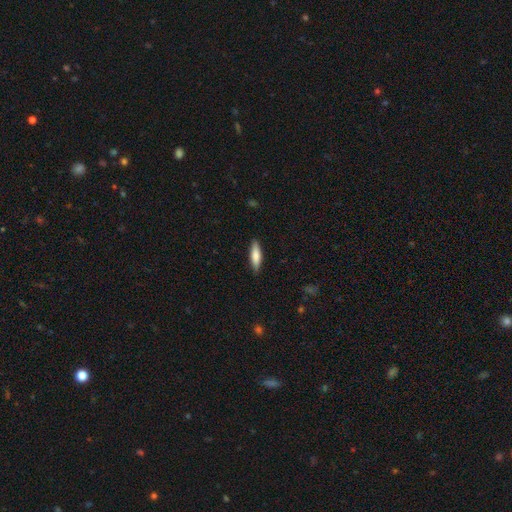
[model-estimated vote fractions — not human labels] Q: Smooth or featured?
A: smooth (78%); runner-up: featured or disk (17%)
Q: How rounded?
A: cigar-shaped (63%); runner-up: in between (36%)
Q: Merging?
A: none (88%); runner-up: minor disturbance (10%)